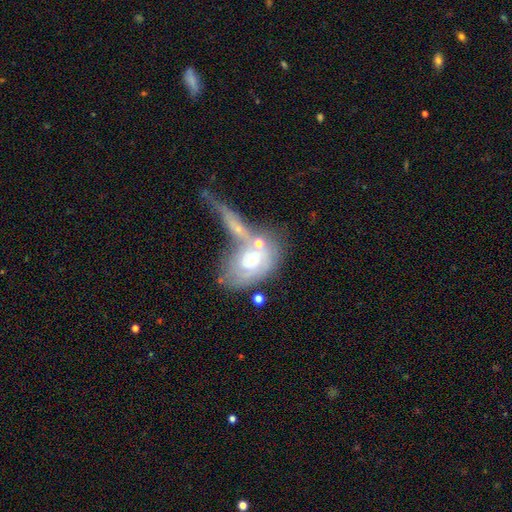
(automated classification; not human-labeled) smooth_or_featured: featured or disk (p=0.61) [alt: smooth p=0.31]
disk_edge_on: no (p=0.90) [alt: yes p=0.10]
bar: no (p=0.76) [alt: weak p=0.19]
has_spiral_arms: yes (p=0.66) [alt: no p=0.34]
bulge_size: small (p=0.60) [alt: moderate p=0.27]
merging: merger (p=0.41) [alt: none p=0.27]